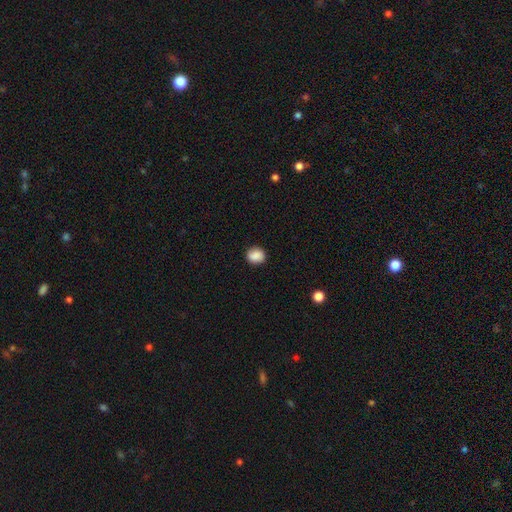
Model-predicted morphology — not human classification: type=smooth (88%); roundness=round (70%); merging=none (88%).